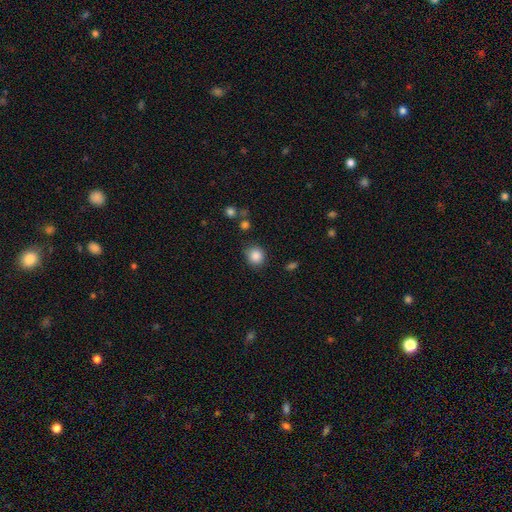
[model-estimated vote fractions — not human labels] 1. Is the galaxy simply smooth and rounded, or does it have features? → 86% smooth, 10% star or artifact, 4% featured or disk.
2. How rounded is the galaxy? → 86% round, 13% in between, 1% cigar-shaped.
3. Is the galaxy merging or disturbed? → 79% none, 14% minor disturbance, 4% major disturbance, 3% merger.